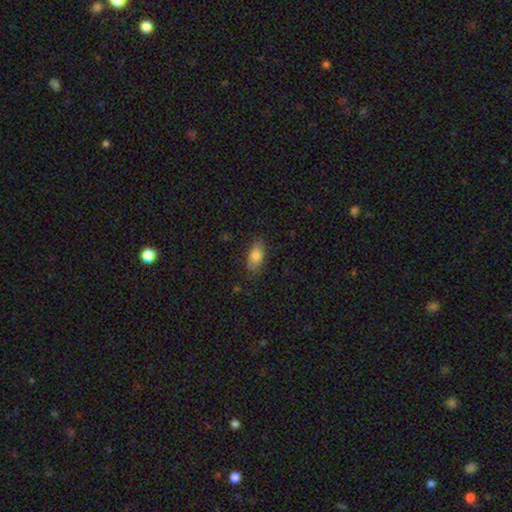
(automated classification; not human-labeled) Smooth or featured: smooth — 82% (featured or disk — 10%)
How rounded: in between — 89% (cigar-shaped — 7%)
Merging: none — 81% (minor disturbance — 15%)